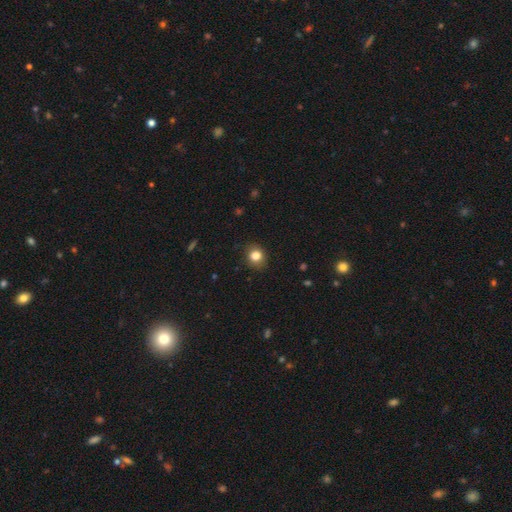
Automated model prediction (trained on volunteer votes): Smooth or featured?
  - smooth: 82% *
  - star or artifact: 11%
  - featured or disk: 7%
How rounded?
  - round: 73% *
  - in between: 26%
  - cigar-shaped: 1%
Merging?
  - none: 87% *
  - minor disturbance: 10%
  - major disturbance: 2%
  - merger: 1%